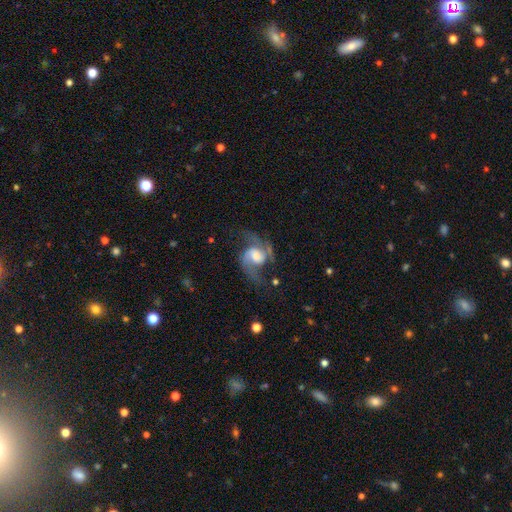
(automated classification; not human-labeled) This appears to be a featured or disk galaxy (84%) with no bar (49%), 2 (87%) medium (46%) spiral arms (95%) and a moderate central bulge (47%). Merging: none (58%).